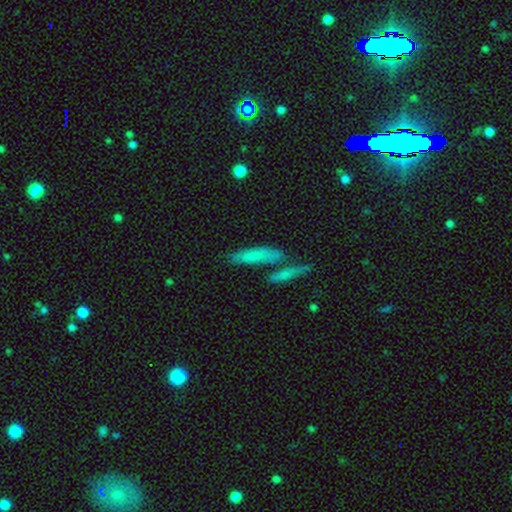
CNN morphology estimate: Overall: smooth (68%). How rounded: cigar-shaped (74%). Merging: none (62%).